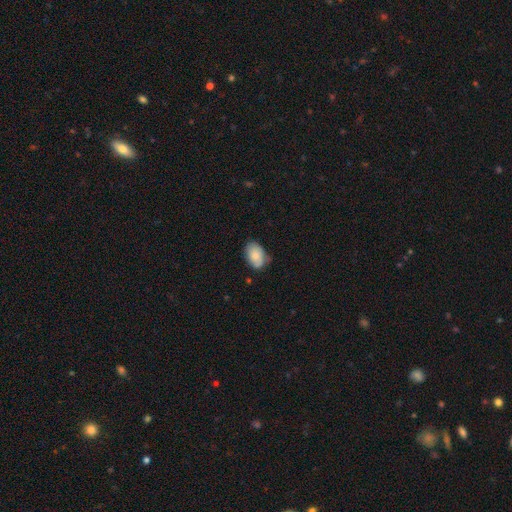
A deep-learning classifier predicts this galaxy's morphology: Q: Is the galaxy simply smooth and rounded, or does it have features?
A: smooth — 80%.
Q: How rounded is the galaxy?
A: in between — 88%.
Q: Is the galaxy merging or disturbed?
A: none — 63%.